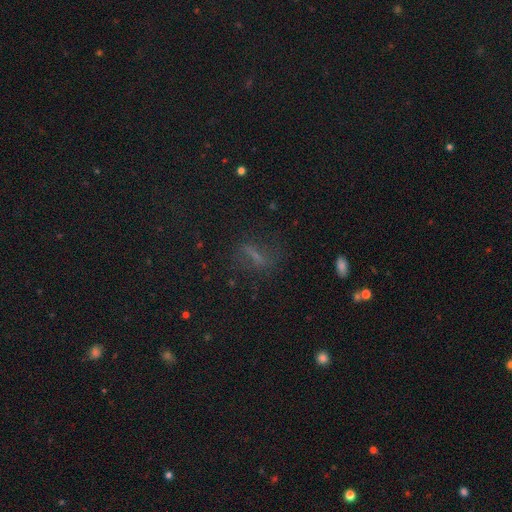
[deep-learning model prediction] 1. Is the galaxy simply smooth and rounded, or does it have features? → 39% smooth, 31% star or artifact, 30% featured or disk.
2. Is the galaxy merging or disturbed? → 67% none, 16% minor disturbance, 14% major disturbance, 3% merger.